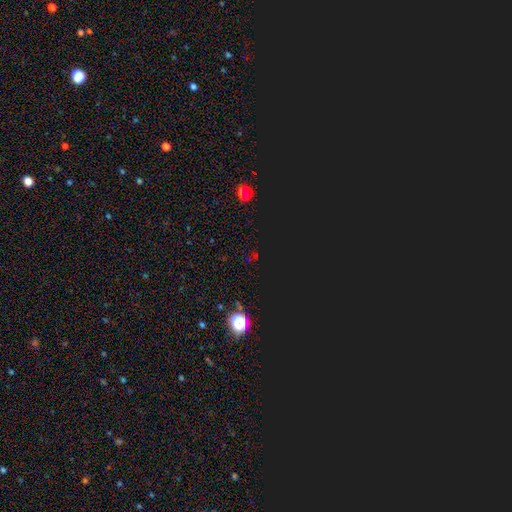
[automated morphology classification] Smooth or featured?
  - star or artifact: 76% *
  - smooth: 18%
  - featured or disk: 6%